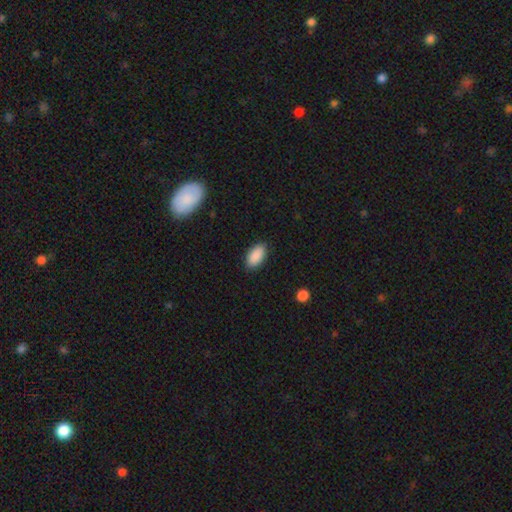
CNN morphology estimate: Overall: smooth (90%). How rounded: in between (94%). Merging: none (89%).